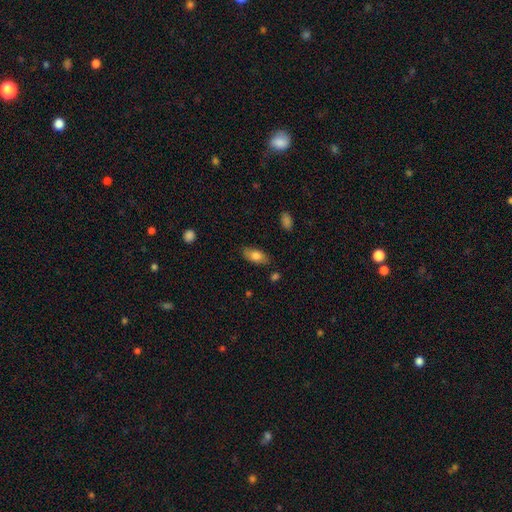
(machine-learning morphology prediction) Smooth or featured? smooth (77%)
How rounded? in between (86%)
Merging? none (80%)